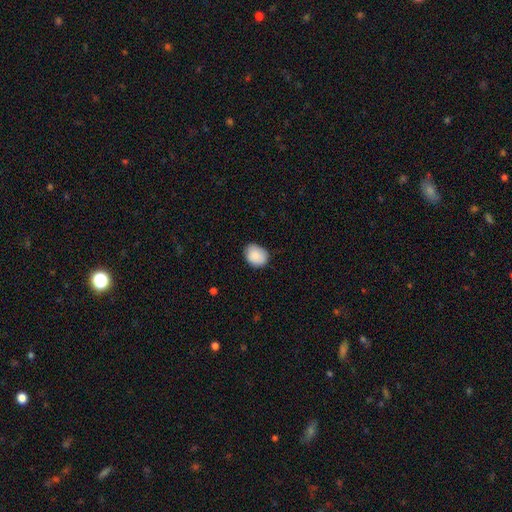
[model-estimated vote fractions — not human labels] A smooth galaxy with no disk features (89%) that is in between round and cigar-shaped (53%). Merging: none (77%).